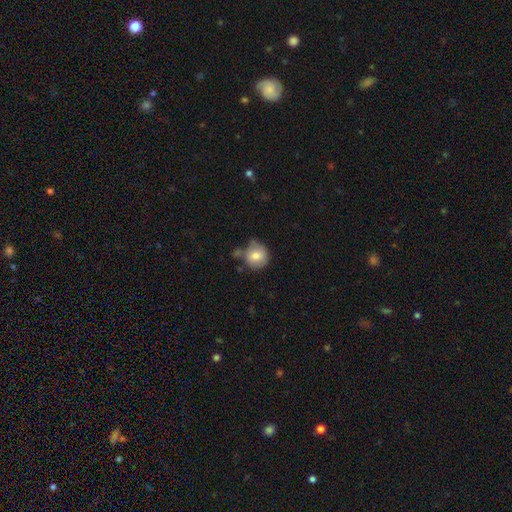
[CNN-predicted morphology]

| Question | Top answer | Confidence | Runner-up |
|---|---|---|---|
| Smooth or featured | smooth | 78% | featured or disk (14%) |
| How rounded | round | 89% | in between (10%) |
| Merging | none | 59% | minor disturbance (23%) |